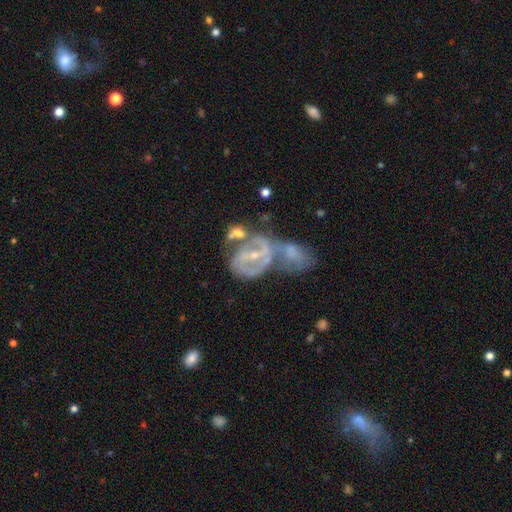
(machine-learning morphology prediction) featured or disk 82%, smooth 10%, star or artifact 7%. Down the decision tree: edge-on disk — no (97%); bar — weak (39%, tied with strong); spiral arms — yes (80%); spiral arm count — 2 (66%); spiral winding — medium (45%); bulge size — small (64%); merging — merger (60%).